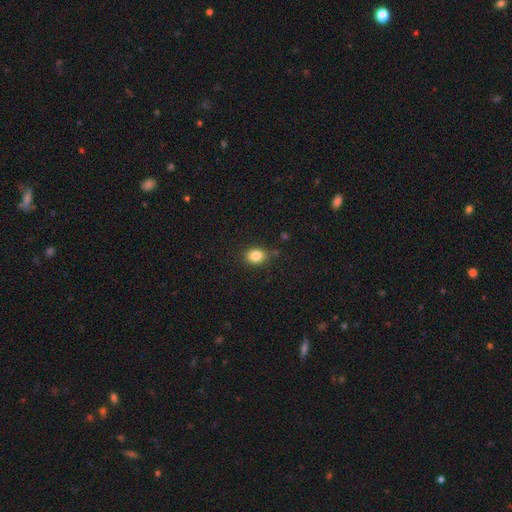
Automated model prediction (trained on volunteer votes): The model was most divided on "how rounded": round: 51%, in between: 47%, cigar-shaped: 1%. More confident: smooth or featured — smooth (84%); merging — none (77%).